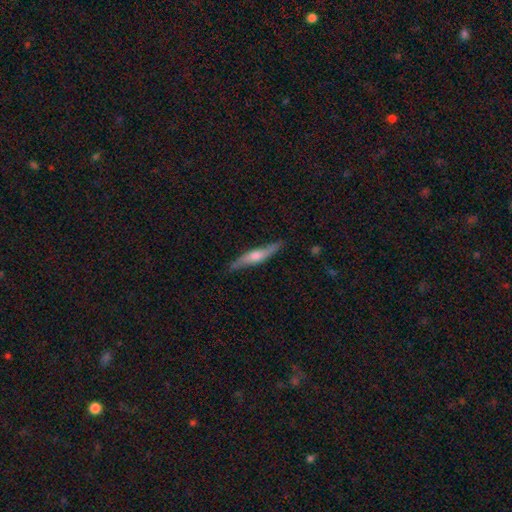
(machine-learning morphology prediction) A featured or disk galaxy (63%) viewed edge-on (87%) with a rounded central bulge (81%).

Vote fractions:
- Smooth or featured? featured or disk: 63% / smooth: 32% / star or artifact: 6%
- Edge-on disk? yes: 87% / no: 13%
- Edge-on bulge? rounded: 81% / boxy: 9% / none: 9%
- Merging? none: 83% / minor disturbance: 14% / major disturbance: 2% / merger: 1%